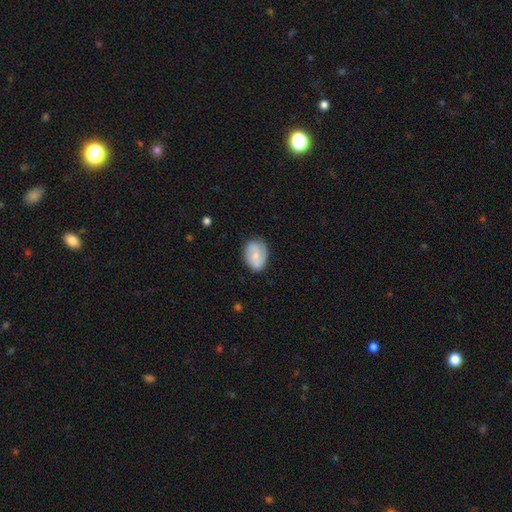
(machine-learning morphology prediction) smooth-or-featured: smooth: 54% | featured or disk: 39% | star or artifact: 7%
  how-rounded: in between: 69% | round: 30% | cigar-shaped: 1%
  merging: none: 73% | minor disturbance: 20% | major disturbance: 5% | merger: 2%